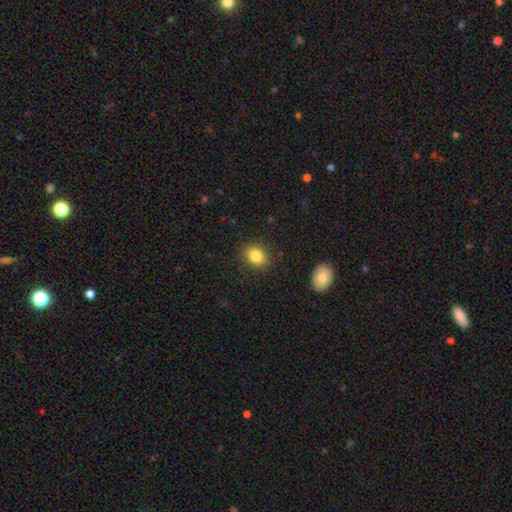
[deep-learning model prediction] This appears to be a smooth galaxy with no disk features (84%) that is in between round and cigar-shaped (57%). Merging: none (87%).